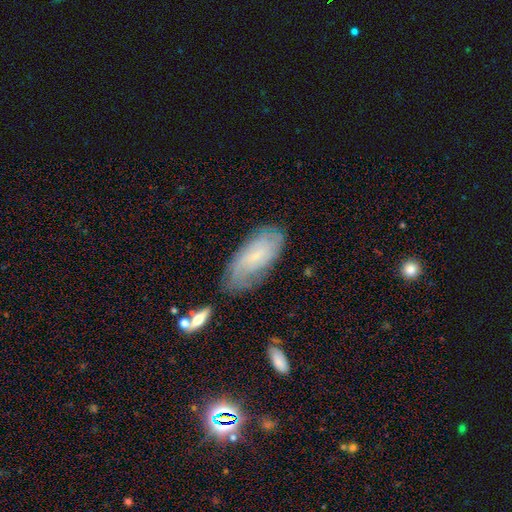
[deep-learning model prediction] A featured or disk galaxy (52%). Merging: none (71%).